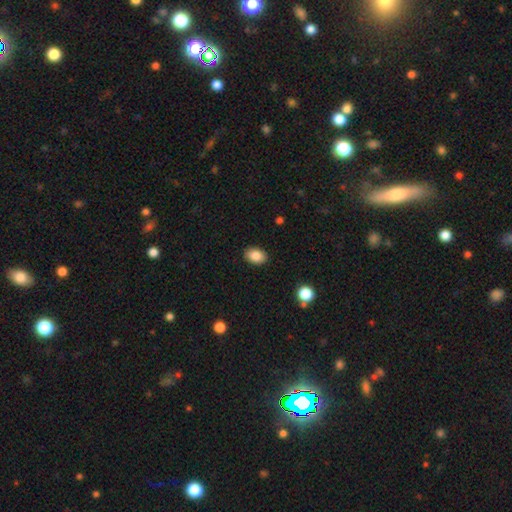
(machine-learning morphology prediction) type=smooth (86%); roundness=in between (83%); merging=none (89%).